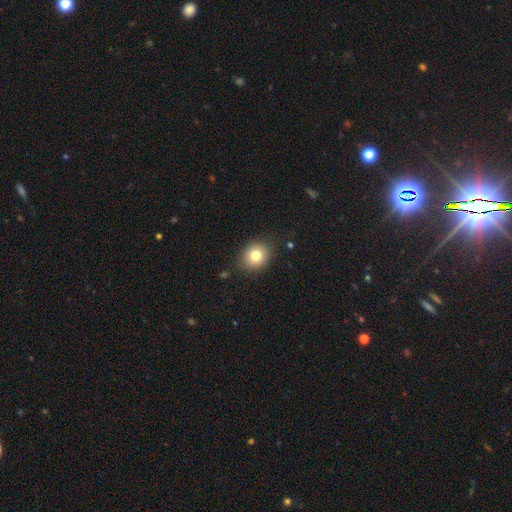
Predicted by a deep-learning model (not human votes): Smooth or featured? Predicted: smooth (p=0.82). How rounded? Predicted: round (p=0.68). Merging? Predicted: none (p=0.86).